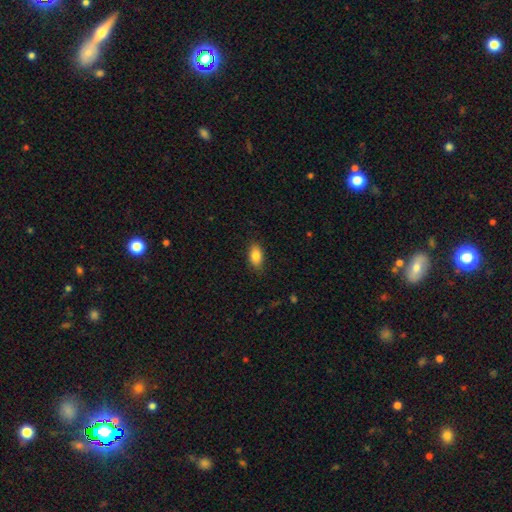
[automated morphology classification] Q: Smooth or featured?
A: smooth (85%); runner-up: star or artifact (8%)
Q: How rounded?
A: in between (90%); runner-up: round (6%)
Q: Merging?
A: none (85%); runner-up: minor disturbance (11%)